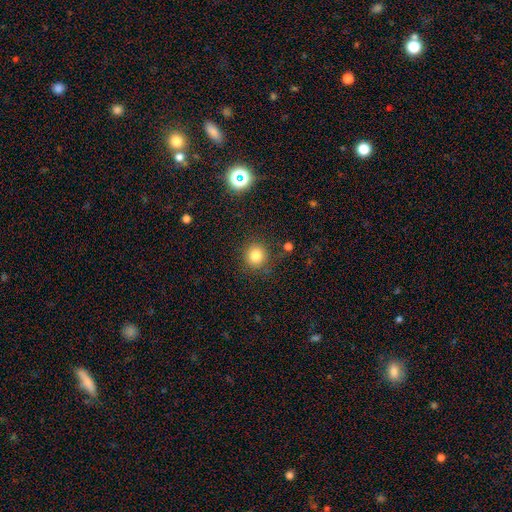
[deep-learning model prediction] A smooth galaxy with no disk features (81%) that is round (90%). Merging: none (84%).